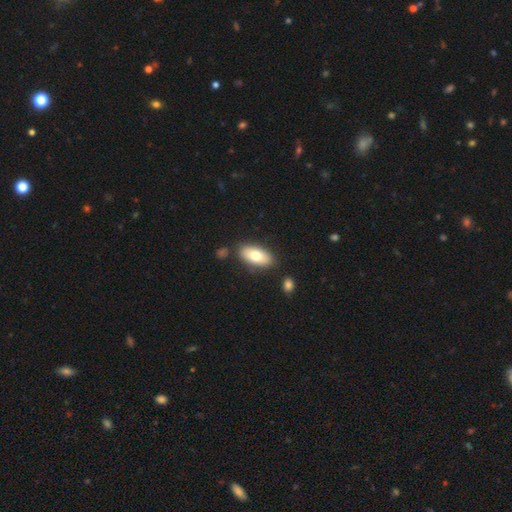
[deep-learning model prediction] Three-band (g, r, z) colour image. It shows a smooth galaxy with no disk features (75%) that is in between round and cigar-shaped (90%). Merging: none (83%).